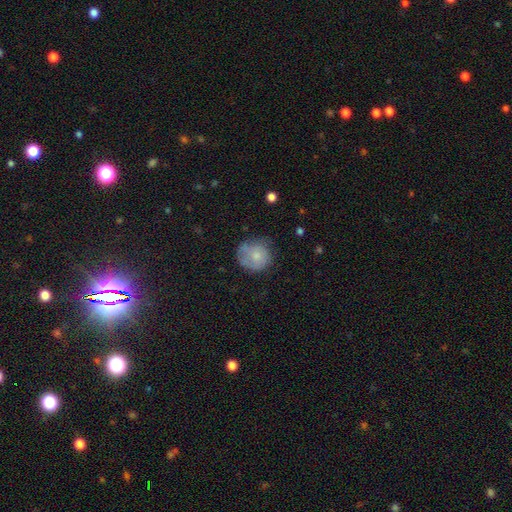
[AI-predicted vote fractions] smooth 72%, featured or disk 20%, star or artifact 8%. Down the decision tree: how rounded — round (86%); merging — none (57%).